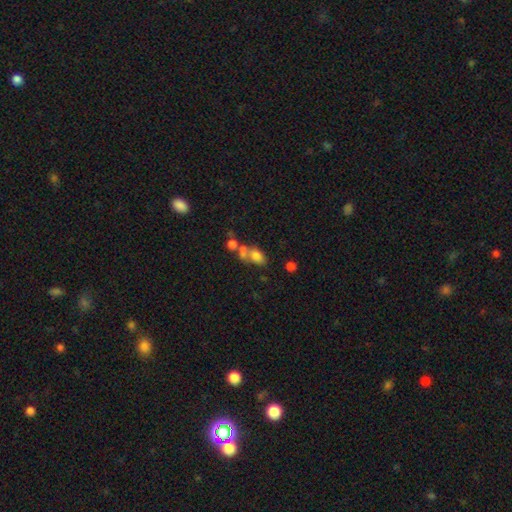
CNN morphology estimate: Overall: smooth (70%). How rounded: in between (78%). Merging: merger (49%; none 29%).